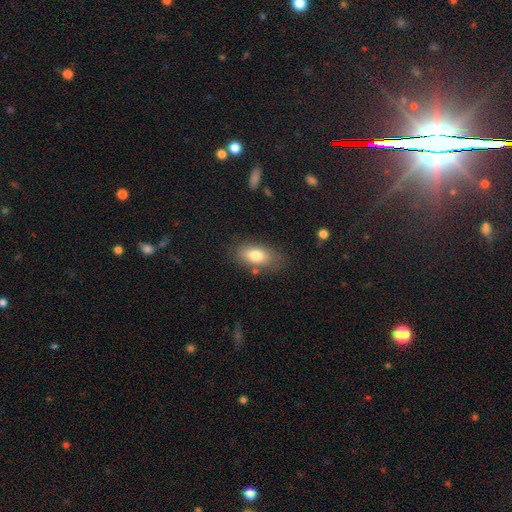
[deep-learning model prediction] Q: Smooth or featured?
A: smooth (78%); runner-up: featured or disk (14%)
Q: How rounded?
A: in between (89%); runner-up: round (7%)
Q: Merging?
A: none (76%); runner-up: minor disturbance (16%)